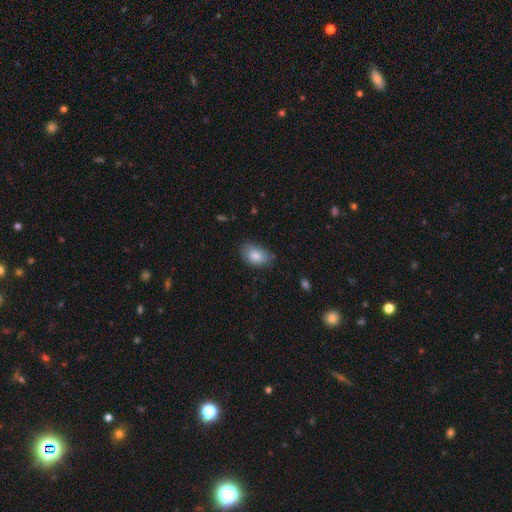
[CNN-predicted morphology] Smooth or featured? smooth (84%)
How rounded? in between (87%)
Merging? none (65%)